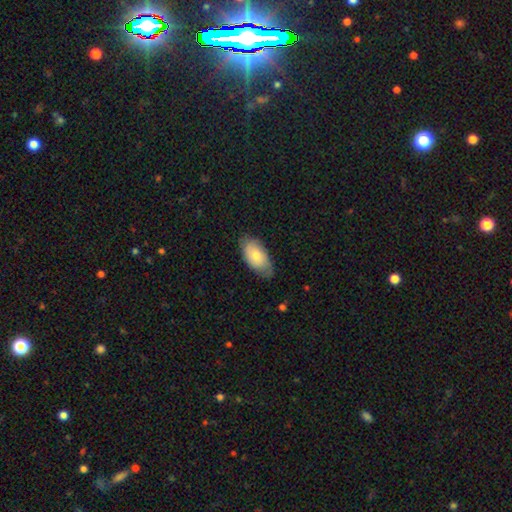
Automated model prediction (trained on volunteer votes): smooth 71%, featured or disk 22%, star or artifact 6%. Down the decision tree: how rounded — in between (94%); merging — none (66%).